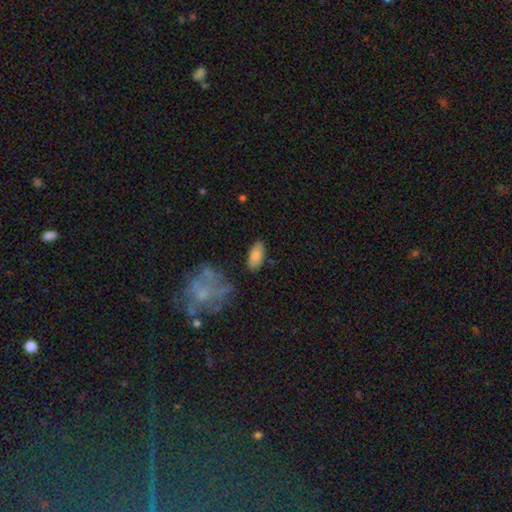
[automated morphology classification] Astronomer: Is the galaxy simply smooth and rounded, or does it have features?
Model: smooth — 84%.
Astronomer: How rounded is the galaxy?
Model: in between — 90%.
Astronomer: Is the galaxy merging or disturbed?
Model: none — 81%.